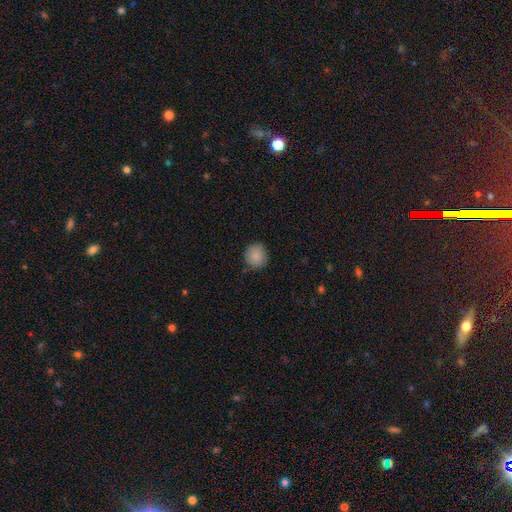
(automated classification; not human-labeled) smooth 88%, star or artifact 8%, featured or disk 4%. Down the decision tree: how rounded — round (88%); merging — none (86%).